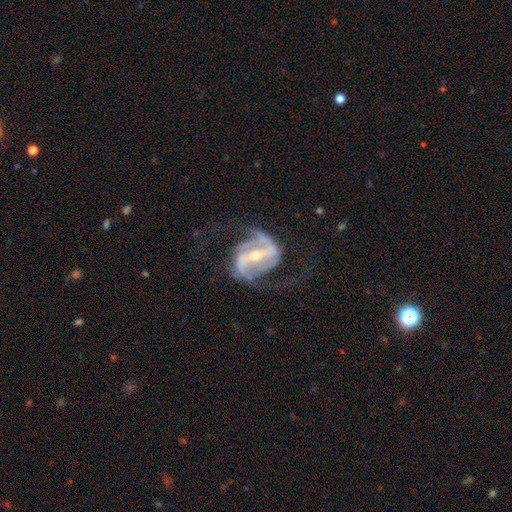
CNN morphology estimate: Q: Smooth or featured?
A: featured or disk (92%); runner-up: star or artifact (5%)
Q: Edge-on disk?
A: no (97%); runner-up: yes (3%)
Q: Bar?
A: strong (67%); runner-up: weak (24%)
Q: Spiral arms?
A: yes (97%); runner-up: no (3%)
Q: Spiral winding?
A: medium (48%); runner-up: loose (36%)
Q: Spiral arm count?
A: 2 (88%); runner-up: 3 (4%)
Q: Bulge size?
A: small (53%); runner-up: moderate (43%)
Q: Merging?
A: none (65%); runner-up: major disturbance (18%)